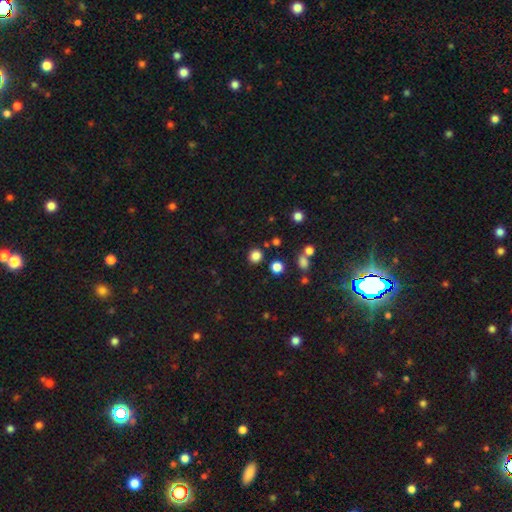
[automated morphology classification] smooth-or-featured: smooth: 82% | star or artifact: 15% | featured or disk: 4%
  how-rounded: round: 88% | in between: 11% | cigar-shaped: 1%
  merging: none: 87% | minor disturbance: 7% | merger: 4% | major disturbance: 3%